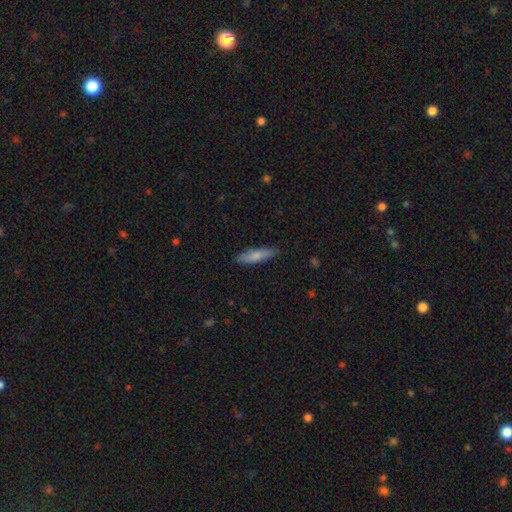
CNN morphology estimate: type=smooth (76%); roundness=cigar-shaped (74%); merging=none (87%).